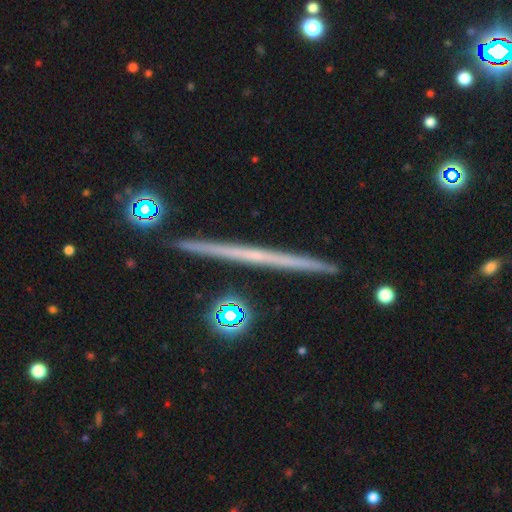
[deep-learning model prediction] Morphology: type=featured or disk (66%); edge-on=yes (98%); edge-on bulge=none (87%); merging=none (92%).